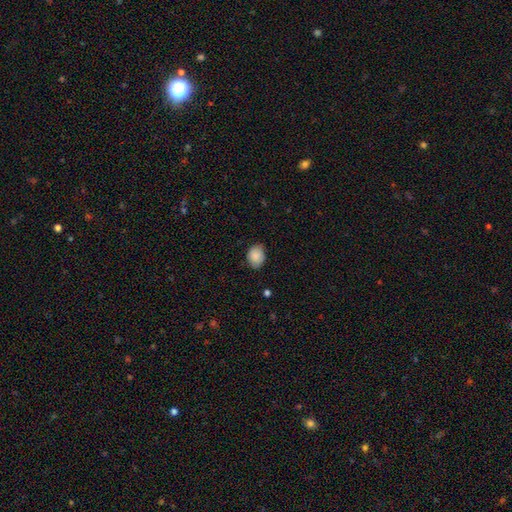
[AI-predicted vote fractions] Smooth or featured? Predicted: smooth (p=0.86). How rounded? Predicted: in between (p=0.58). Merging? Predicted: none (p=0.74).